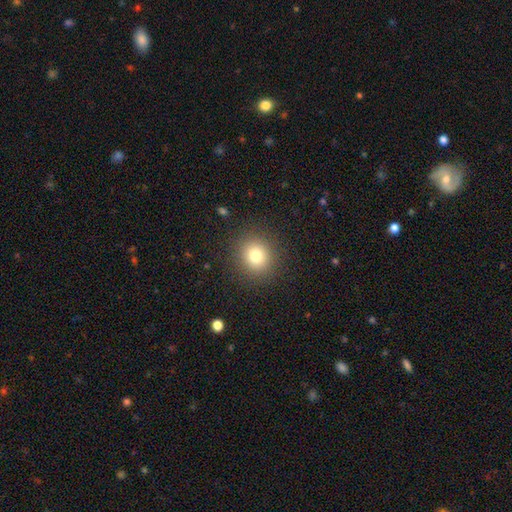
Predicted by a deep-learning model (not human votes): Smooth or featured?
  - smooth: 78% *
  - star or artifact: 13%
  - featured or disk: 9%
How rounded?
  - round: 87% *
  - in between: 12%
  - cigar-shaped: 1%
Merging?
  - none: 90% *
  - minor disturbance: 6%
  - major disturbance: 3%
  - merger: 1%